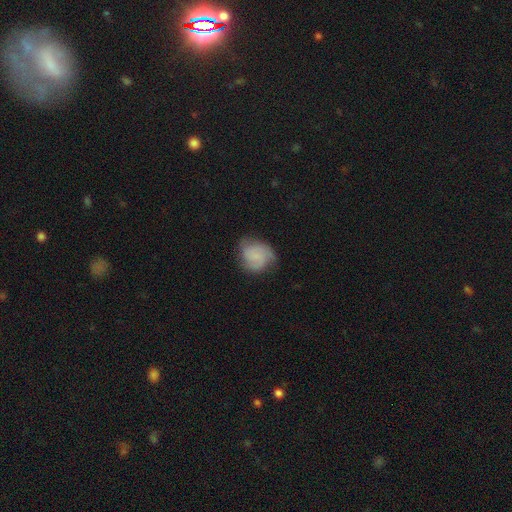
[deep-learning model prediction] Smooth or featured?
  - featured or disk: 48% *
  - smooth: 44%
  - star or artifact: 8%
Merging?
  - none: 59% *
  - minor disturbance: 28%
  - major disturbance: 12%
  - merger: 1%